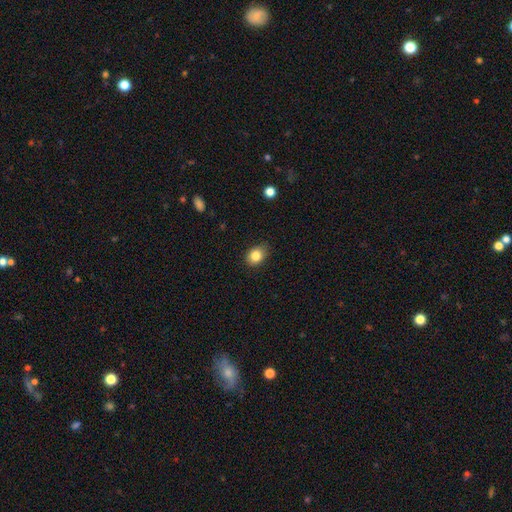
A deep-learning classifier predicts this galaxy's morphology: smooth 84%, star or artifact 10%, featured or disk 6%. Down the decision tree: how rounded — in between (55%); merging — none (82%).